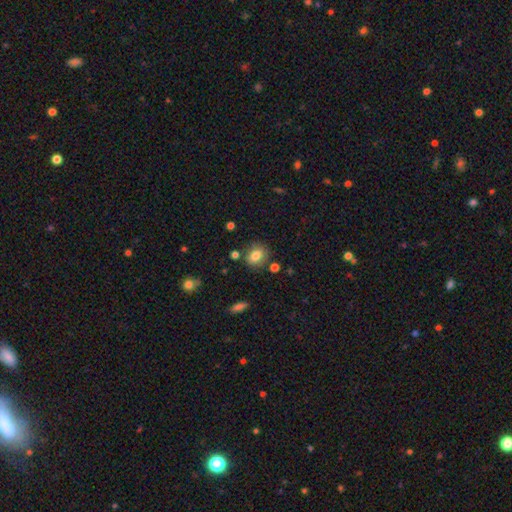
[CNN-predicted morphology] A smooth galaxy with no disk features (79%) that is round (56%).

Vote fractions:
- Smooth or featured? smooth: 79% / featured or disk: 11% / star or artifact: 10%
- How rounded? round: 56% / in between: 43% / cigar-shaped: 1%
- Merging? none: 79% / minor disturbance: 13% / merger: 5% / major disturbance: 3%